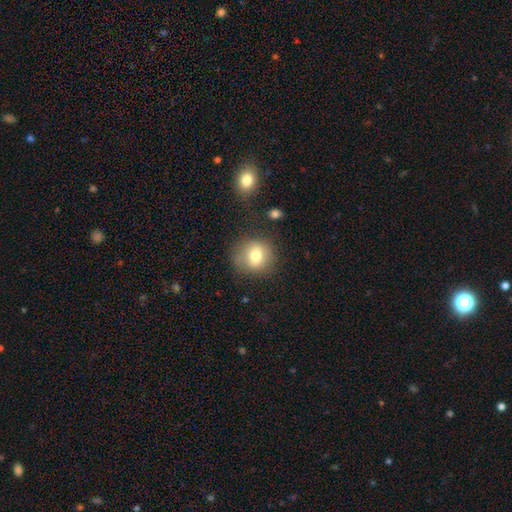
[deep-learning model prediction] Morphology: type=smooth (75%); roundness=round (82%); merging=none (75%).